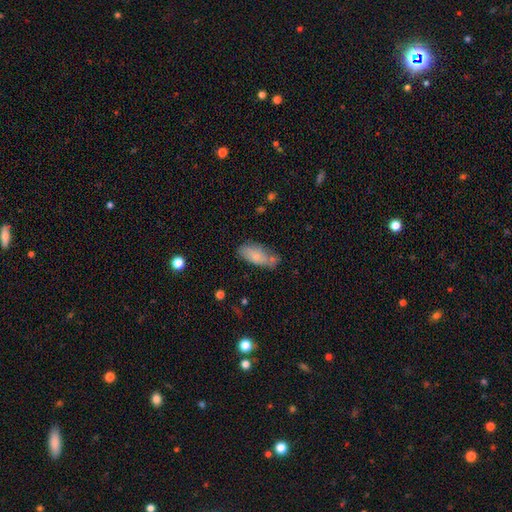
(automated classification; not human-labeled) Smooth or featured: smooth — 76% (featured or disk — 17%)
How rounded: in between — 83% (cigar-shaped — 14%)
Merging: none — 56% (minor disturbance — 24%)